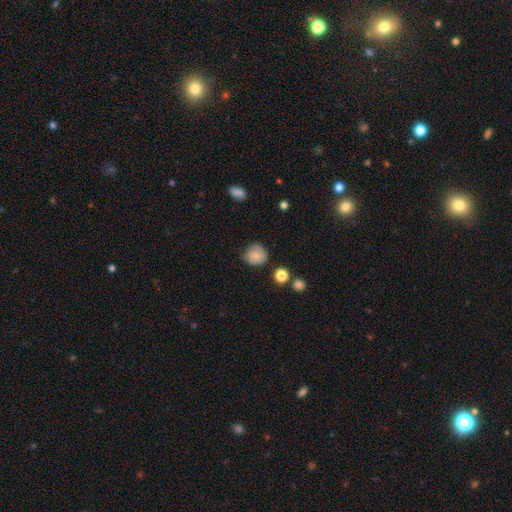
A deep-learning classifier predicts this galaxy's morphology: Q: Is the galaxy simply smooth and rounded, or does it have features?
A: smooth — 82%.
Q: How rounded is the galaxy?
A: round — 86%.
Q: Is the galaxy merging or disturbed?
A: none — 73%.